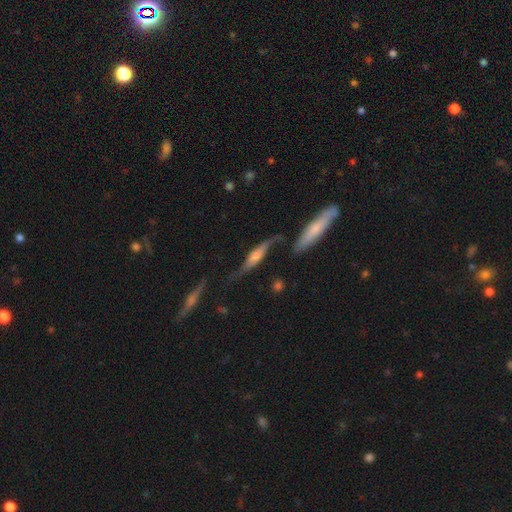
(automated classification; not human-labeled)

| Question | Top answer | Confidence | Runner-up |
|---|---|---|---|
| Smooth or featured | featured or disk | 70% | smooth (23%) |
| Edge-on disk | yes | 63% | no (37%) |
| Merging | none | 54% | minor disturbance (23%) |